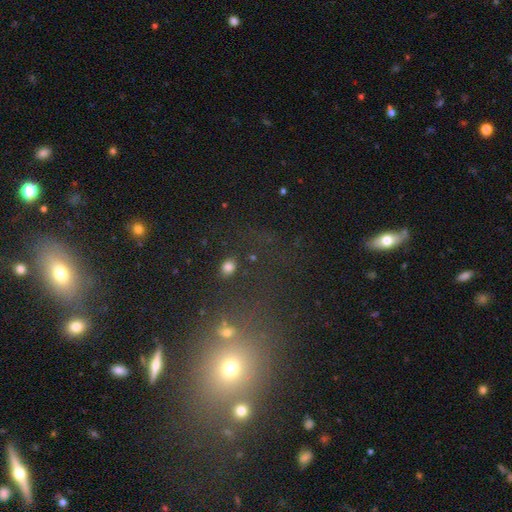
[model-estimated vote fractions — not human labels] Smooth or featured? Predicted: star or artifact (p=0.43, tied with smooth).